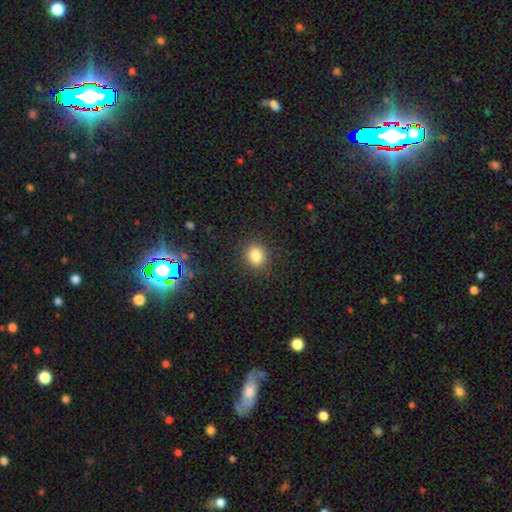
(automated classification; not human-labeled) Morphology: type=smooth (82%); roundness=round (73%); merging=none (89%).